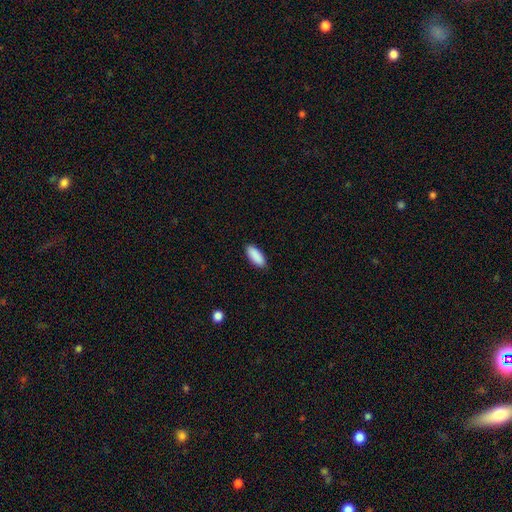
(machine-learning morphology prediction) Smooth or featured: smooth — 91% (star or artifact — 6%)
How rounded: in between — 81% (cigar-shaped — 18%)
Merging: none — 89% (minor disturbance — 8%)